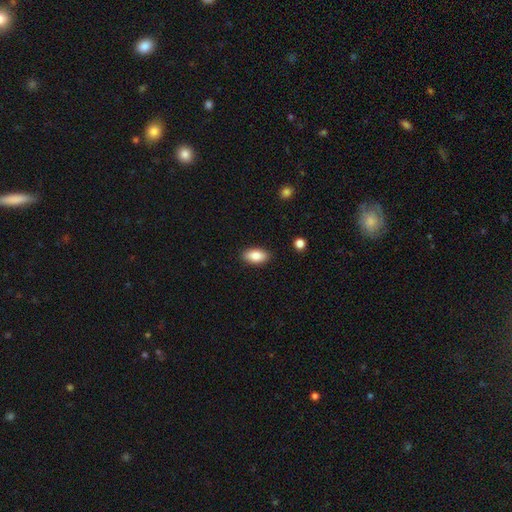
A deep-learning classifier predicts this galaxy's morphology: This is clearly a smooth galaxy (85%). How rounded: clearly in between (92%). Merging: clearly none (89%).